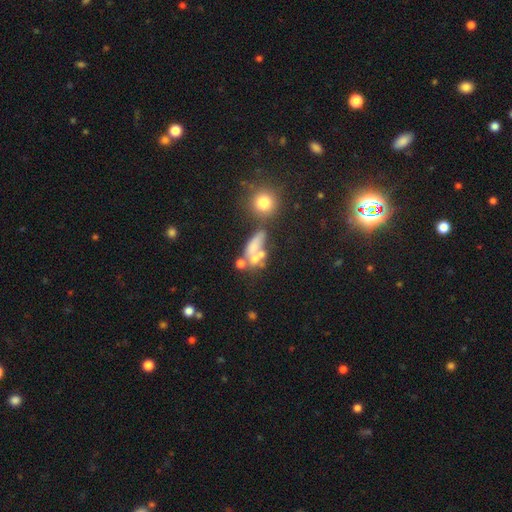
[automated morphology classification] A smooth galaxy with no disk features (43%).

Vote fractions:
- Smooth or featured? smooth: 43% / featured or disk: 36% / star or artifact: 20%
- Merging? merger: 43% / none: 27% / major disturbance: 17% / minor disturbance: 13%